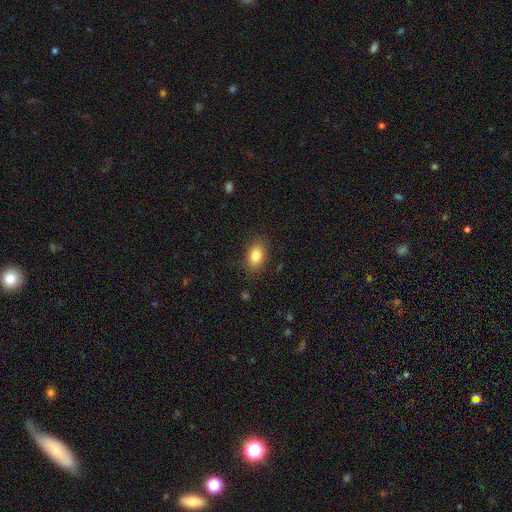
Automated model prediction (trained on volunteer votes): This is clearly a smooth galaxy (84%). How rounded: clearly in between (84%). Merging: clearly none (84%).